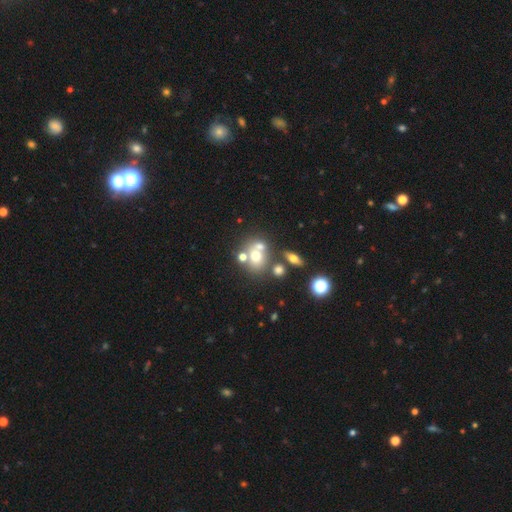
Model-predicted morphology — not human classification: smooth 59%, featured or disk 25%, star or artifact 16%. Down the decision tree: how rounded — round (65%); merging — none (46%).